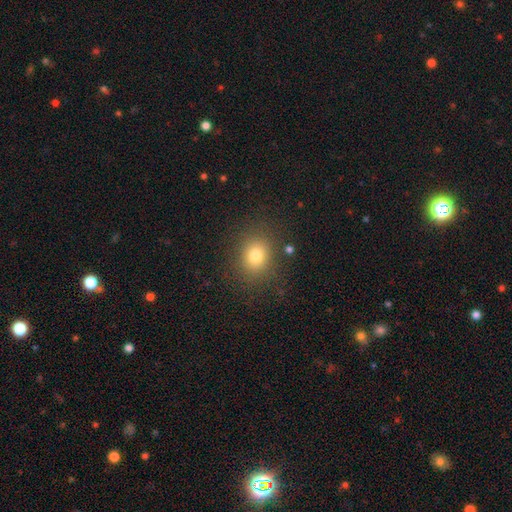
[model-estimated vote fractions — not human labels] This appears to be a smooth galaxy with no disk features (78%) that is round (65%). Merging: none (85%).